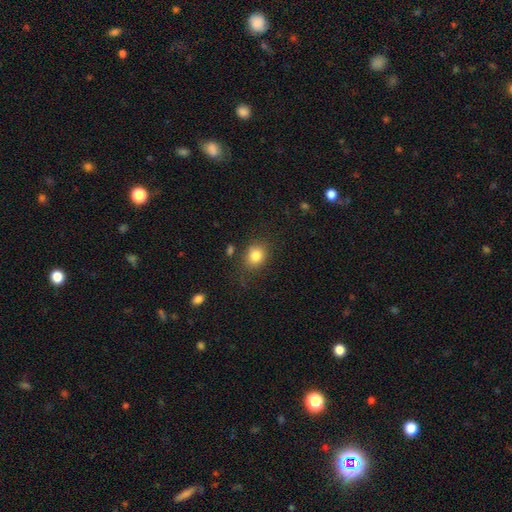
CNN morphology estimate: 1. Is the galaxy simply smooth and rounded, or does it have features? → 83% smooth, 10% star or artifact, 7% featured or disk.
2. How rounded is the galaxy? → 62% round, 37% in between, 1% cigar-shaped.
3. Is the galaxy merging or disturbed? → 79% none, 14% minor disturbance, 5% major disturbance, 3% merger.